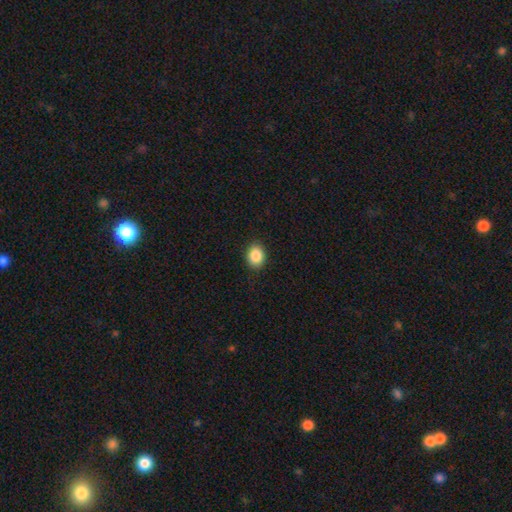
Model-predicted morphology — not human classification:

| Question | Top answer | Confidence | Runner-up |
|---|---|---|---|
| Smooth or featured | smooth | 87% | star or artifact (9%) |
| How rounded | in between | 56% | round (43%) |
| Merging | none | 87% | minor disturbance (10%) |